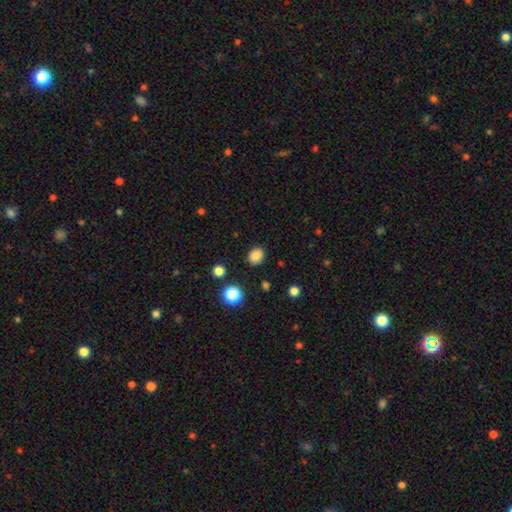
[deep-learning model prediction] A smooth galaxy with no disk features (85%) that is in between round and cigar-shaped (50%). Merging: none (86%).